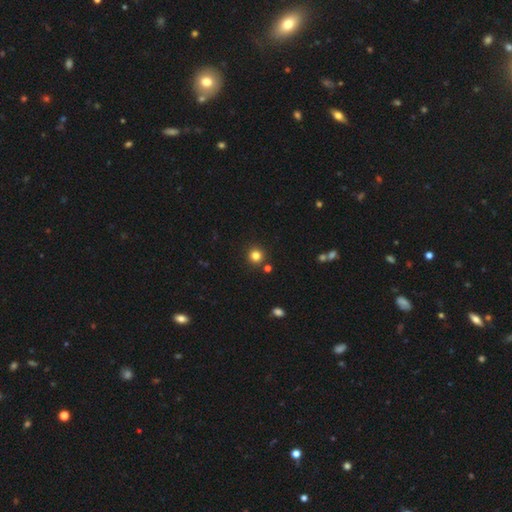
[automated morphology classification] Smooth or featured? Predicted: smooth (p=0.81). How rounded? Predicted: round (p=0.93). Merging? Predicted: none (p=0.87).